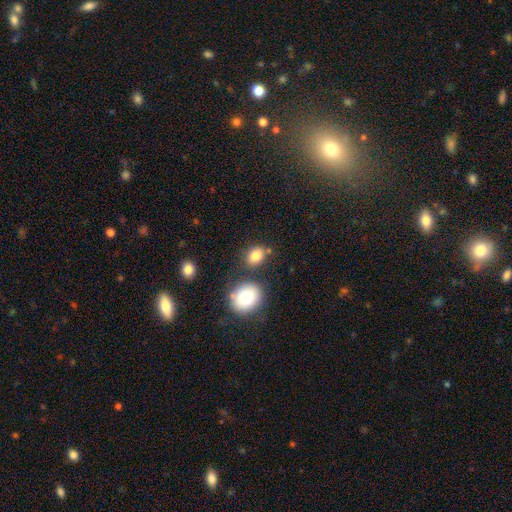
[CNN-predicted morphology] This appears to be a smooth galaxy with no disk features (82%) that is in between round and cigar-shaped (59%). Merging: none (71%).